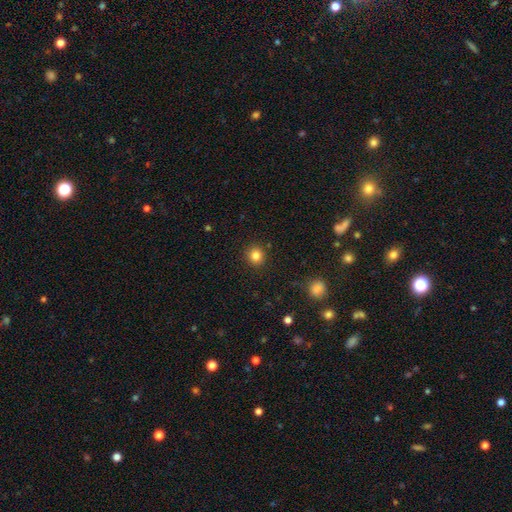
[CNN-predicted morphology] Overall: smooth (83%). How rounded: round (90%). Merging: none (90%).